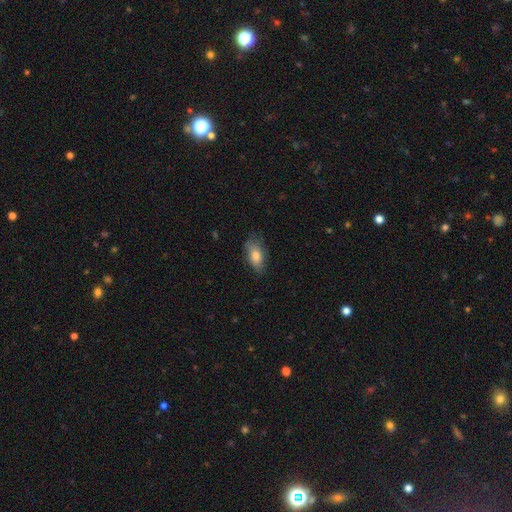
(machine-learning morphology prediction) type=smooth (77%); roundness=in between (87%); merging=none (69%).